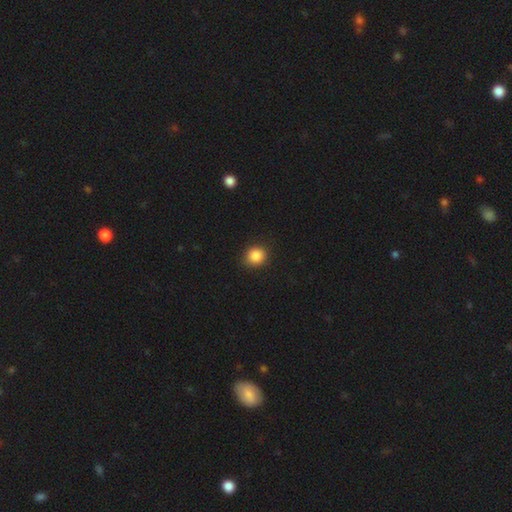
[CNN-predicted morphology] Overall: smooth (87%). How rounded: round (84%). Merging: none (88%).